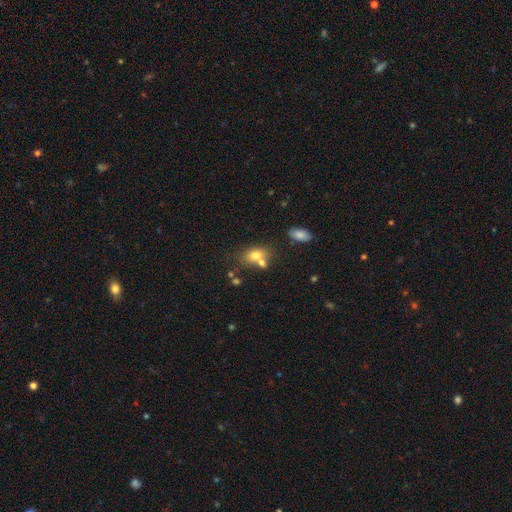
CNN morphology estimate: smooth-or-featured: smooth: 74% | featured or disk: 15% | star or artifact: 11%
  how-rounded: in between: 75% | round: 23% | cigar-shaped: 2%
  merging: none: 42% | merger: 40% | minor disturbance: 13% | major disturbance: 5%